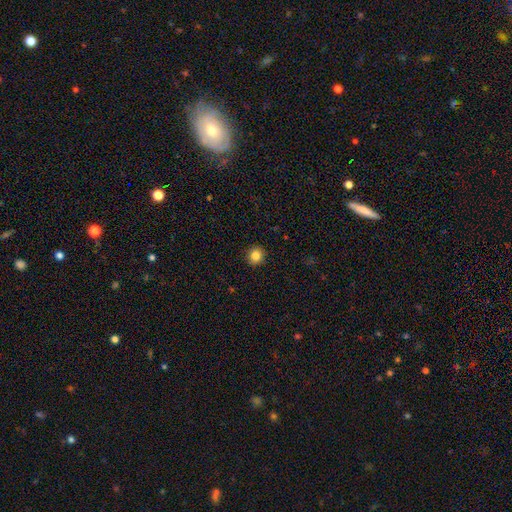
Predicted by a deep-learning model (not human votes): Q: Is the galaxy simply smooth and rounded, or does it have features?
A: smooth — 84%.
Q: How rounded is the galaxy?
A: round — 92%.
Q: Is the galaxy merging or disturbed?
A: none — 93%.